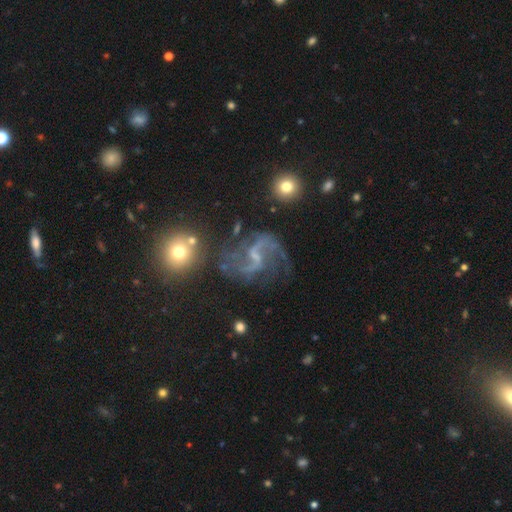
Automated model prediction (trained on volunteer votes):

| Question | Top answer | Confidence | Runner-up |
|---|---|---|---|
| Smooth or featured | featured or disk | 88% | star or artifact (7%) |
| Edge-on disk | no | 98% | yes (2%) |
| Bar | weak | 52% | strong (26%) |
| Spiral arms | yes | 96% | no (4%) |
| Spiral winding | loose | 69% | medium (25%) |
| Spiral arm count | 2 | 88% | can't tell (3%) |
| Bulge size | small | 59% | none (23%) |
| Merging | none | 59% | minor disturbance (18%) |